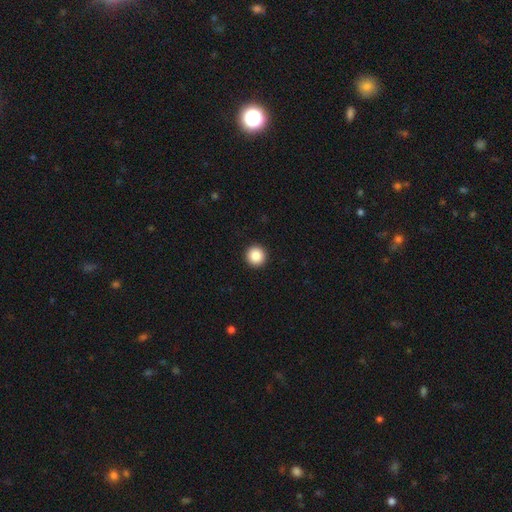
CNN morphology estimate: Smooth or featured: smooth — 87% (star or artifact — 9%)
How rounded: round — 96% (in between — 3%)
Merging: none — 94% (minor disturbance — 4%)